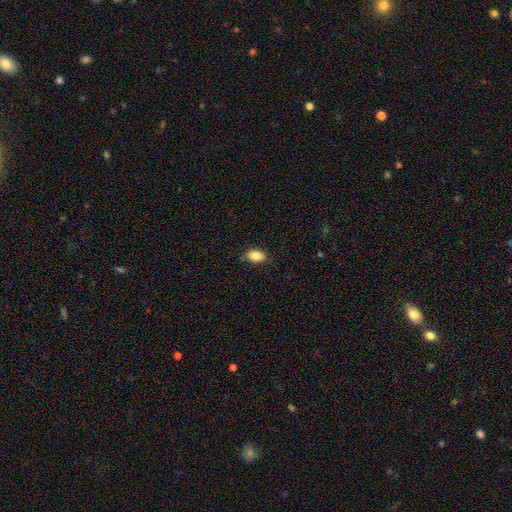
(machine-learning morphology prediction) Q: Smooth or featured?
A: smooth (87%); runner-up: star or artifact (8%)
Q: How rounded?
A: in between (90%); runner-up: round (8%)
Q: Merging?
A: none (81%); runner-up: minor disturbance (15%)